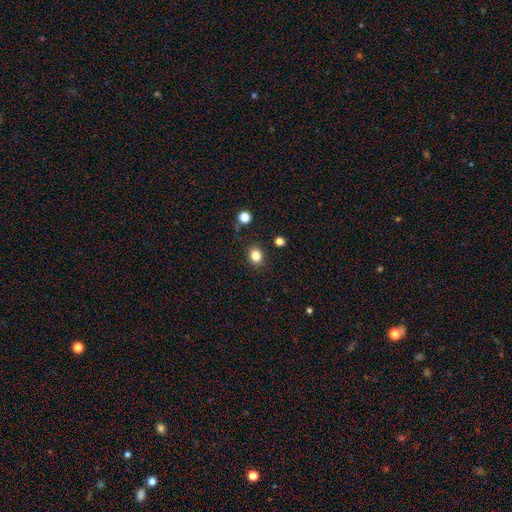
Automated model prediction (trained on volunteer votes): Q: Smooth or featured?
A: smooth (82%); runner-up: star or artifact (13%)
Q: How rounded?
A: round (71%); runner-up: in between (28%)
Q: Merging?
A: none (86%); runner-up: minor disturbance (9%)